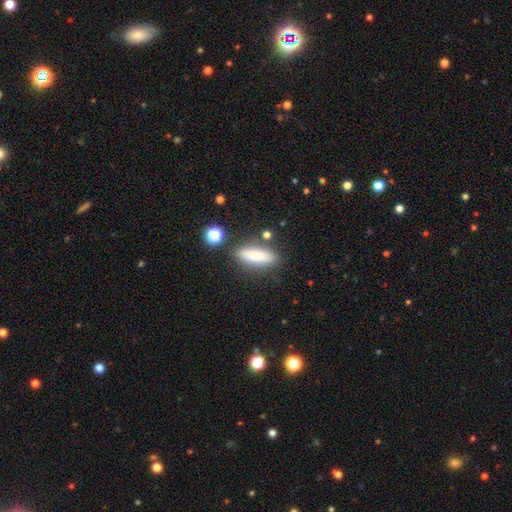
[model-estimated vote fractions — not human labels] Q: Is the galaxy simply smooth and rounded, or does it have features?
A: smooth — 76%.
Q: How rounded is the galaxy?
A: cigar-shaped — 55%.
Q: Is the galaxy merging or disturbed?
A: none — 79%.